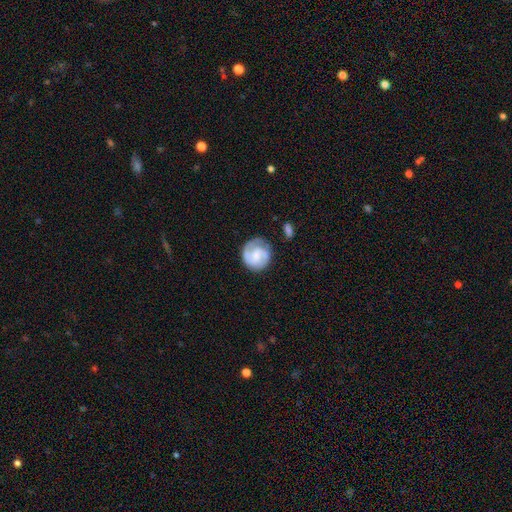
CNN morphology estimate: A featured or disk galaxy (65%) with no bar (59%), 2 (52%) tight (50%) spiral arms (91%) and a small central bulge (41%).

Vote fractions:
- Smooth or featured? featured or disk: 65% / smooth: 29% / star or artifact: 6%
- Edge-on disk? no: 98% / yes: 2%
- Bar? no: 59% / weak: 35% / strong: 6%
- Spiral arms? yes: 91% / no: 9%
- Spiral winding? tight: 50% / medium: 37% / loose: 13%
- Spiral arm count? 2: 52% / can't tell: 17% / 3: 14% / 1: 12% / 4: 3% / more than 4: 2%
- Bulge size? small: 41% / moderate: 29% / none: 21% / large: 7% / dominant: 2%
- Merging? none: 70% / minor disturbance: 19% / major disturbance: 9% / merger: 3%